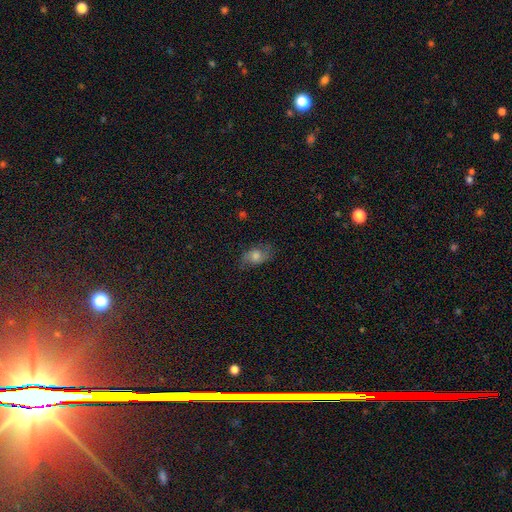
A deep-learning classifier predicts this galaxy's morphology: type=smooth (47%); merging=none (72%).